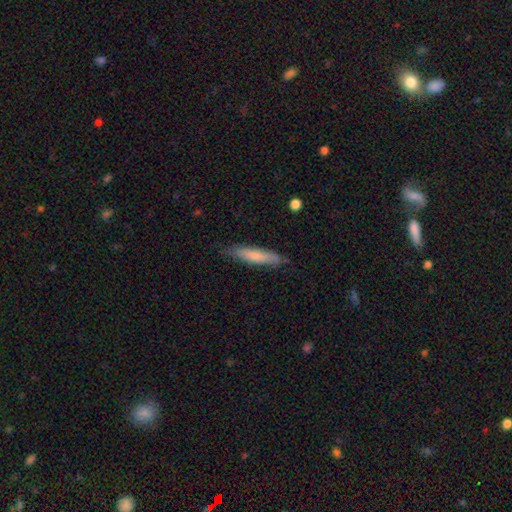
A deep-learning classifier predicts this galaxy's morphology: This appears to be a smooth galaxy with no disk features (73%) that is cigar-shaped (85%). Merging: none (78%).